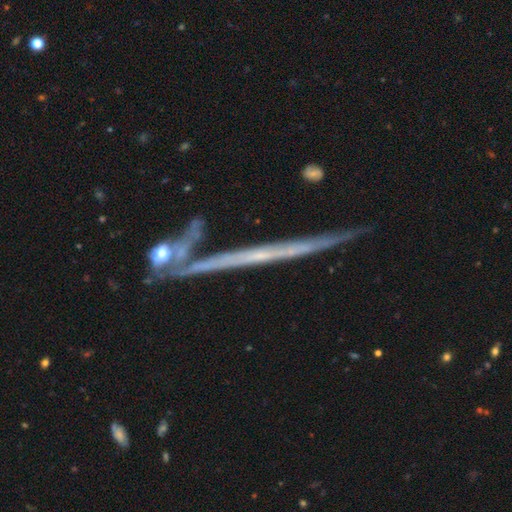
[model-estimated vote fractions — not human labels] A featured or disk galaxy (74%) viewed edge-on (96%) with no central bulge (80%).

Vote fractions:
- Smooth or featured? featured or disk: 74% / smooth: 15% / star or artifact: 10%
- Edge-on disk? yes: 96% / no: 4%
- Edge-on bulge? none: 80% / rounded: 14% / boxy: 5%
- Merging? none: 77% / minor disturbance: 10% / merger: 8% / major disturbance: 4%